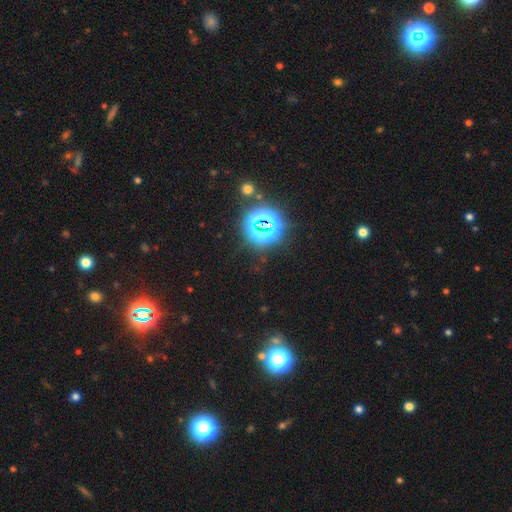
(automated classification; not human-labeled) A star or artifact, not a galaxy (82%).

Vote fractions:
- Smooth or featured? star or artifact: 82% / smooth: 12% / featured or disk: 6%